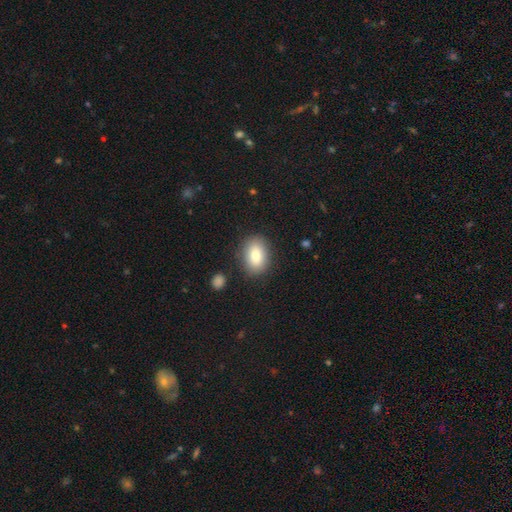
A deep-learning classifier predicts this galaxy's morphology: Overall: smooth (82%). How rounded: in between (77%). Merging: none (85%).